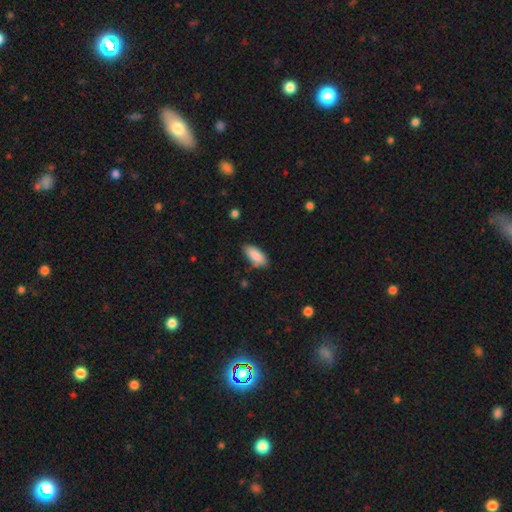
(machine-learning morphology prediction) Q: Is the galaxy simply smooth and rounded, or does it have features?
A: smooth — 88%.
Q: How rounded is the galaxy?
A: in between — 85%.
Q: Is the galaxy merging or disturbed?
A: none — 77%.